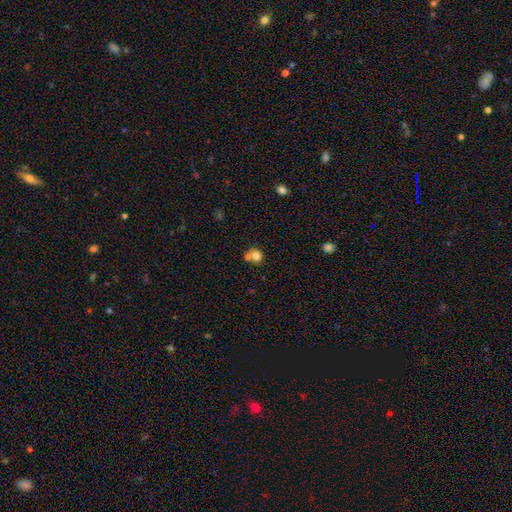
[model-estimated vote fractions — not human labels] This appears to be a smooth galaxy with no disk features (78%) that is round (78%). Merging: none (45%).